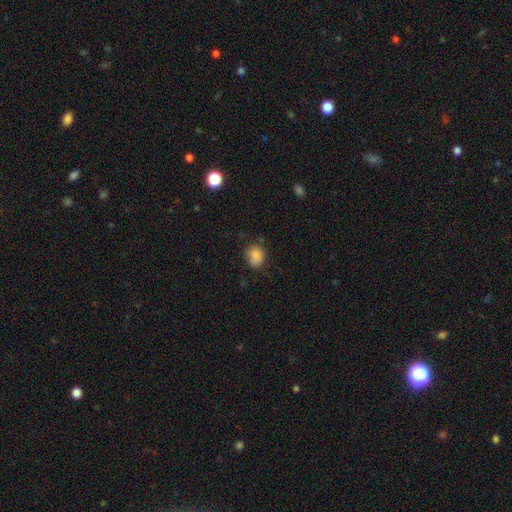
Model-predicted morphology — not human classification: A smooth galaxy with no disk features (85%) that is round (57%). Merging: none (68%).